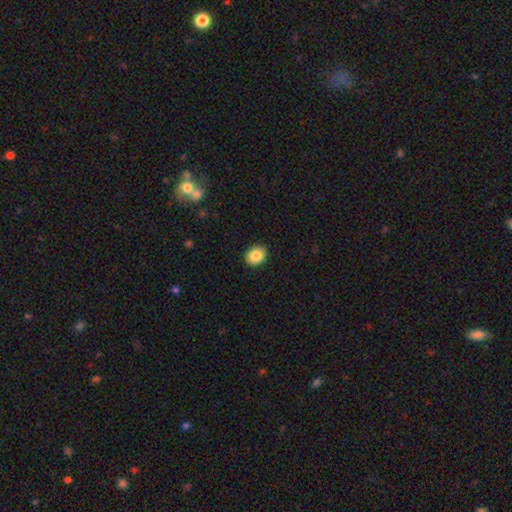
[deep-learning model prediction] Smooth or featured?
  - smooth: 86% *
  - star or artifact: 9%
  - featured or disk: 6%
How rounded?
  - round: 60% *
  - in between: 39%
  - cigar-shaped: 1%
Merging?
  - none: 91% *
  - minor disturbance: 6%
  - major disturbance: 2%
  - merger: 1%